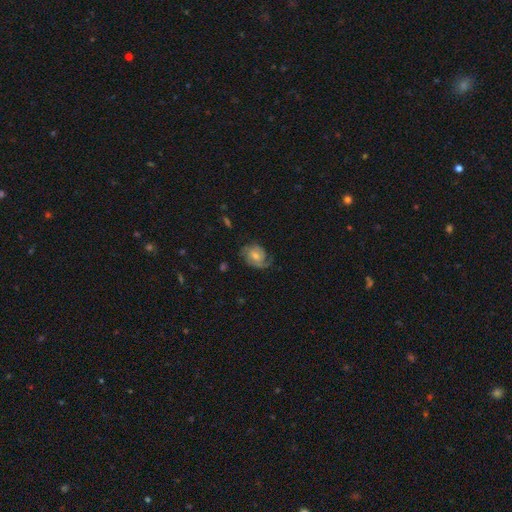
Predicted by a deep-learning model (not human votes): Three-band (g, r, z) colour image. It shows a featured or disk galaxy (76%) with no bar (63%), 2 (49%) tight (43%) spiral arms (94%) and a moderate central bulge (55%). Merging: none (64%).